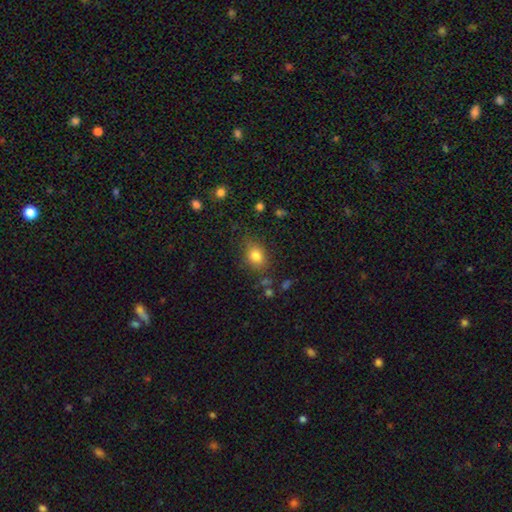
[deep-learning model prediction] Overall: smooth (81%). How rounded: in between (59%; round 39%). Merging: none (74%).